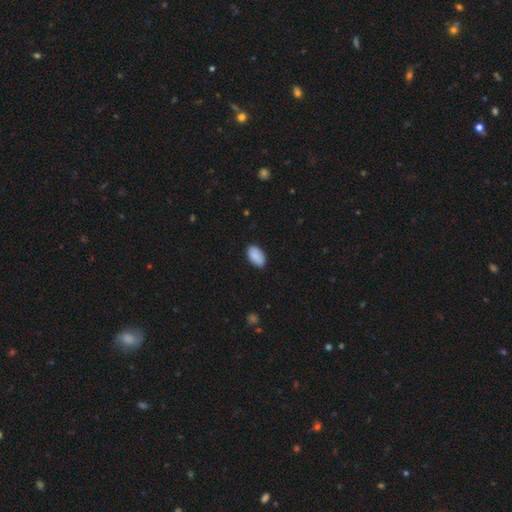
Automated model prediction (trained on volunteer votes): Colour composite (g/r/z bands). It shows a smooth galaxy with no disk features (88%) that is in between round and cigar-shaped (94%). Merging: none (85%).